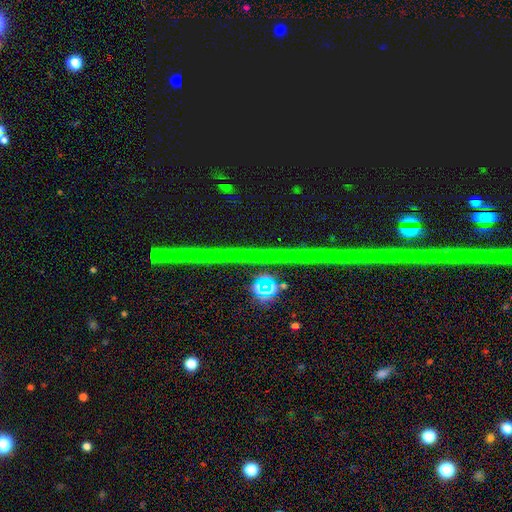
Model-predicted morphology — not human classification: Smooth or featured: star or artifact — 84% (featured or disk — 10%)